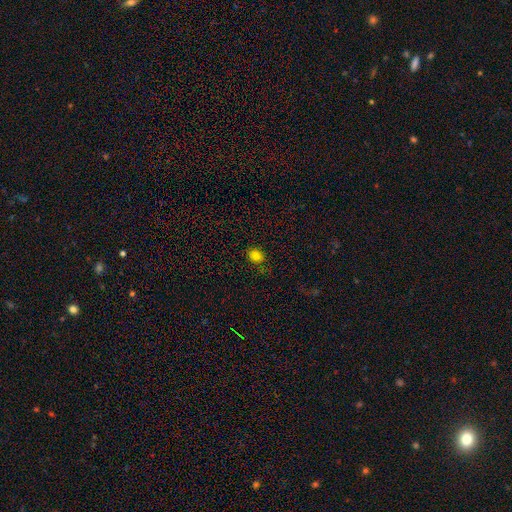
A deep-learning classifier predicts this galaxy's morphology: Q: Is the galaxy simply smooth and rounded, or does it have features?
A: smooth — 80%.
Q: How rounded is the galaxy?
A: round — 57%.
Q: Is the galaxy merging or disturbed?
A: none — 79%.